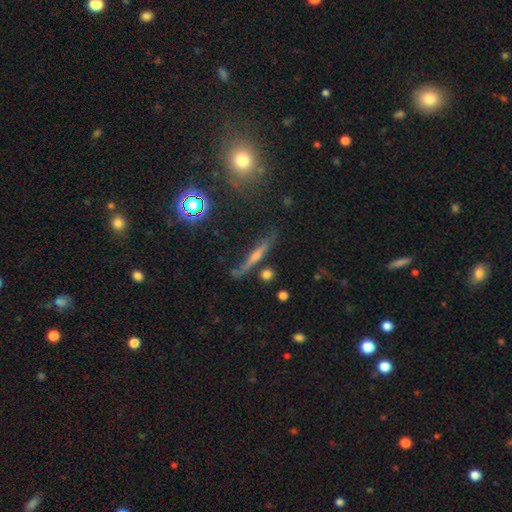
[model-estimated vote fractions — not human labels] Q: Smooth or featured?
A: featured or disk (58%); runner-up: smooth (24%)
Q: Edge-on disk?
A: yes (91%); runner-up: no (9%)
Q: Edge-on bulge?
A: rounded (69%); runner-up: none (21%)
Q: Merging?
A: none (71%); runner-up: minor disturbance (17%)